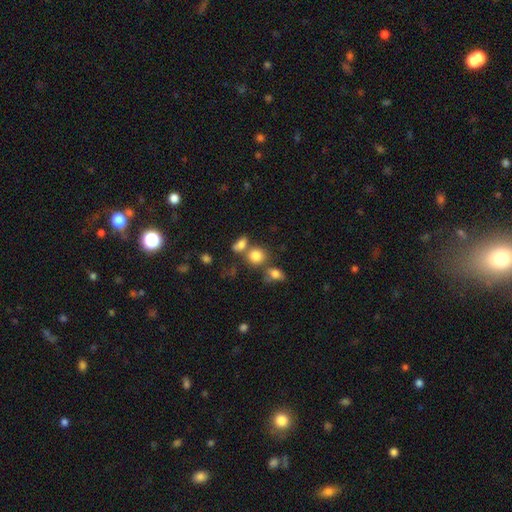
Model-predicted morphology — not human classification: Overall: smooth (80%). How rounded: round (73%). Merging: none (54%; merger 30%).